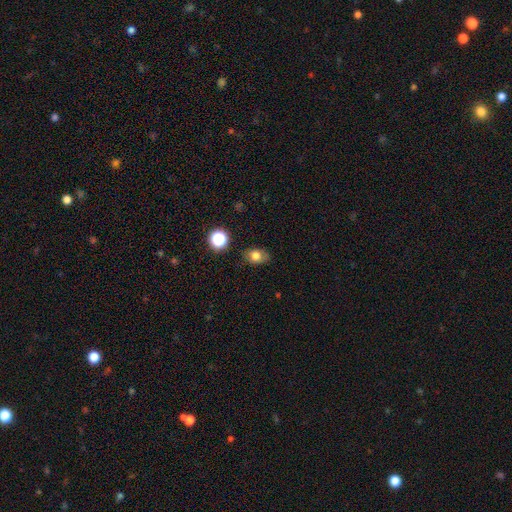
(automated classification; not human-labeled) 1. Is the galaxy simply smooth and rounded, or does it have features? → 77% smooth, 12% star or artifact, 11% featured or disk.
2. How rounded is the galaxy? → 67% in between, 31% round, 1% cigar-shaped.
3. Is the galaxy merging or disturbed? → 75% none, 19% minor disturbance, 4% major disturbance, 2% merger.